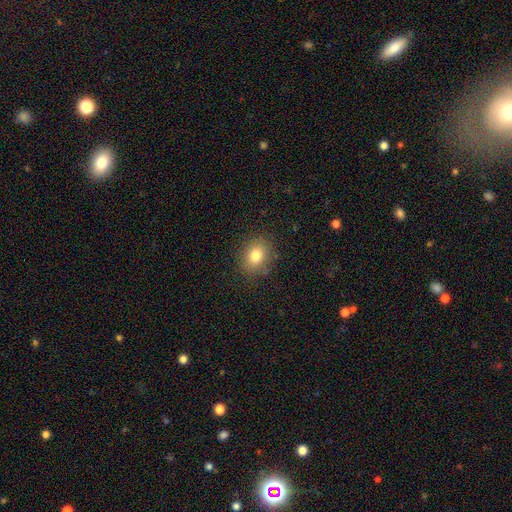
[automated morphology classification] Smooth or featured? Predicted: smooth (p=0.80). How rounded? Predicted: round (p=0.54). Merging? Predicted: none (p=0.85).